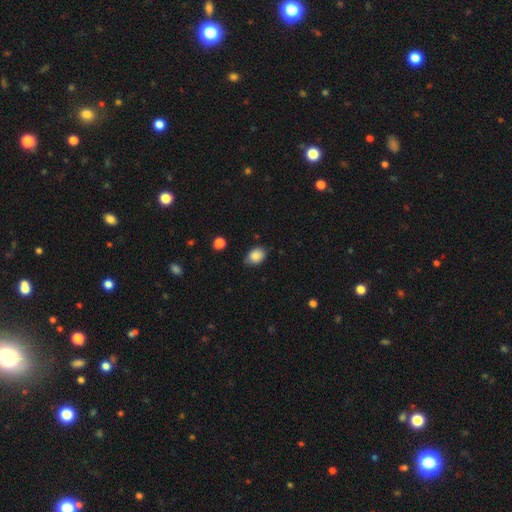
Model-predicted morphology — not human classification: A smooth galaxy with no disk features (86%) that is in between round and cigar-shaped (66%).

Vote fractions:
- Smooth or featured? smooth: 86% / star or artifact: 9% / featured or disk: 5%
- How rounded? in between: 66% / round: 33% / cigar-shaped: 1%
- Merging? none: 70% / minor disturbance: 24% / major disturbance: 4% / merger: 2%